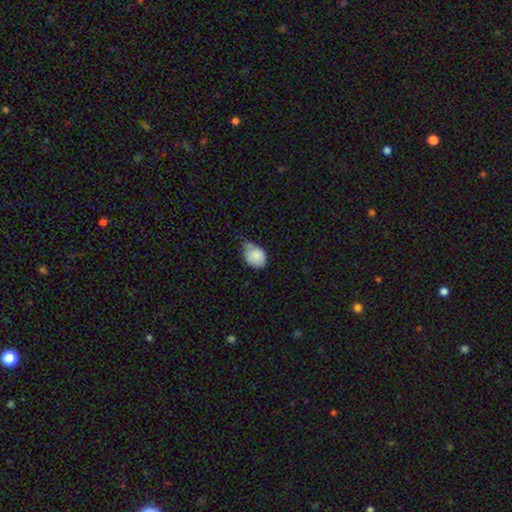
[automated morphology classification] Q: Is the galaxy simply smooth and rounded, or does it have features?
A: smooth — 84%.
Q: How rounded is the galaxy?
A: in between — 65%.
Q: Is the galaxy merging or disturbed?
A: minor disturbance — 54%.